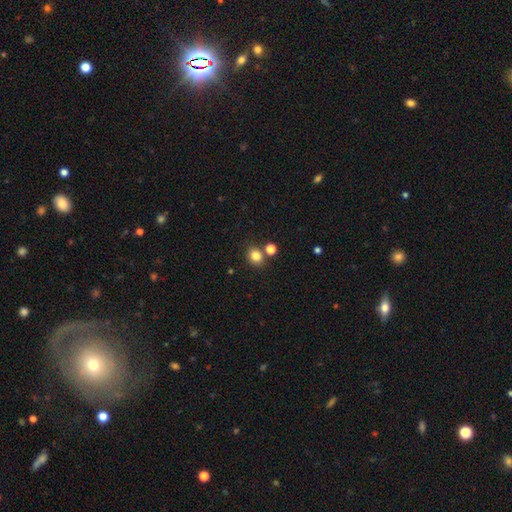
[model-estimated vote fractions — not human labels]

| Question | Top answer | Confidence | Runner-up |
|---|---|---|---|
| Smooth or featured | smooth | 82% | star or artifact (13%) |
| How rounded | round | 64% | in between (36%) |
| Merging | none | 74% | merger (14%) |